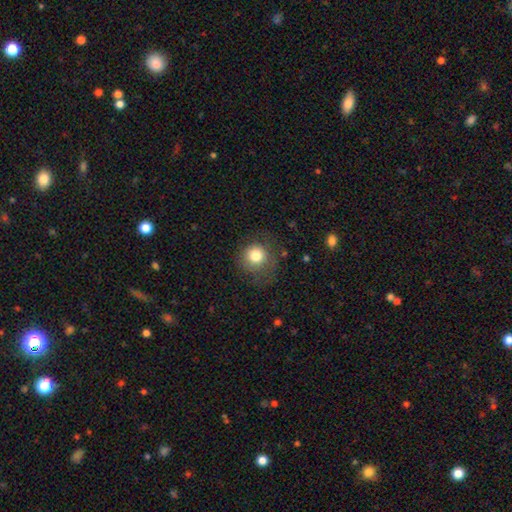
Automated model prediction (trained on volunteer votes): Q: Smooth or featured?
A: smooth (80%); runner-up: star or artifact (11%)
Q: How rounded?
A: round (90%); runner-up: in between (9%)
Q: Merging?
A: none (70%); runner-up: minor disturbance (18%)